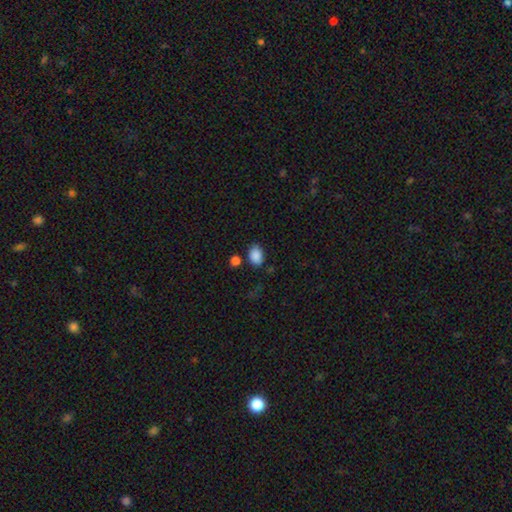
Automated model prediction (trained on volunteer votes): Morphology: type=smooth (88%); roundness=in between (80%); merging=none (78%).